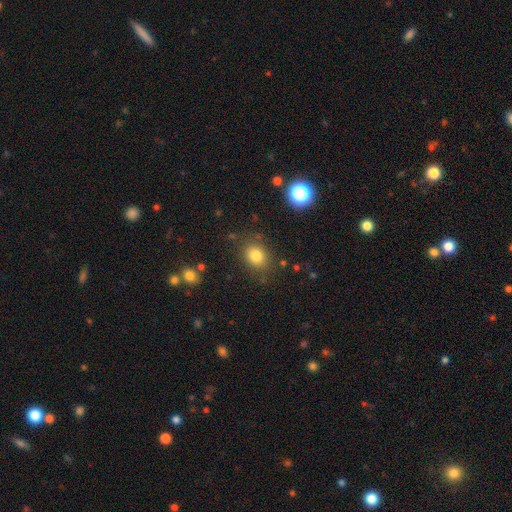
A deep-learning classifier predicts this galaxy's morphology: A smooth galaxy with no disk features (80%) that is round (56%). Merging: none (82%).